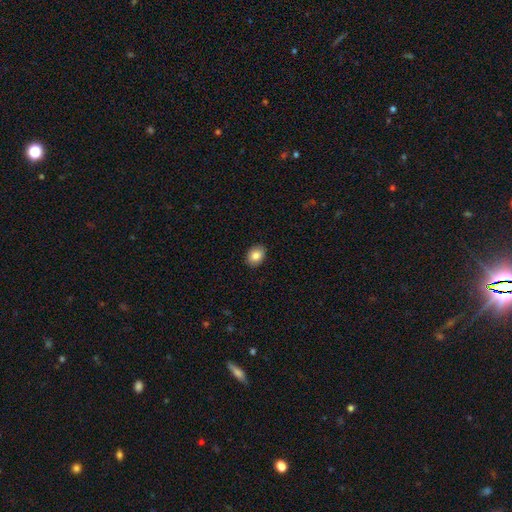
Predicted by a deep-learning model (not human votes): Smooth or featured: smooth — 86% (star or artifact — 8%)
How rounded: in between — 64% (round — 36%)
Merging: none — 89% (minor disturbance — 8%)